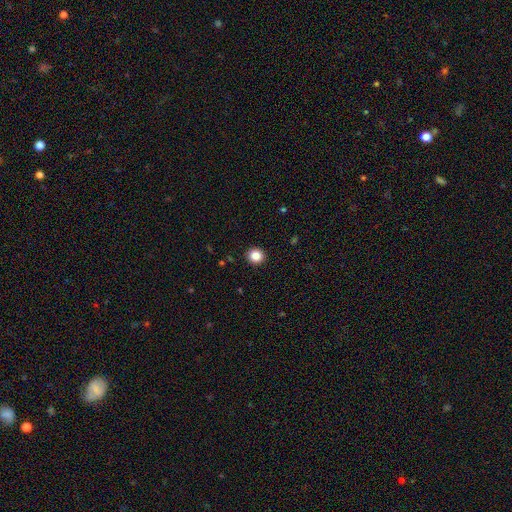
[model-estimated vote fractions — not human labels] Smooth or featured? smooth (85%)
How rounded? round (92%)
Merging? none (93%)